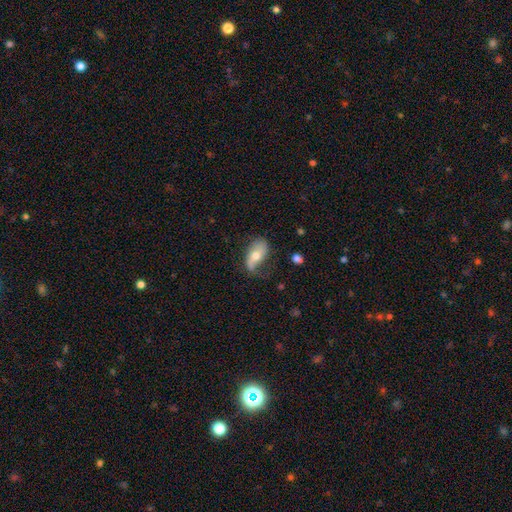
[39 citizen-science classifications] Smooth or featured? smooth (56%)
How rounded? in between (86%)
Merging? none (42%)